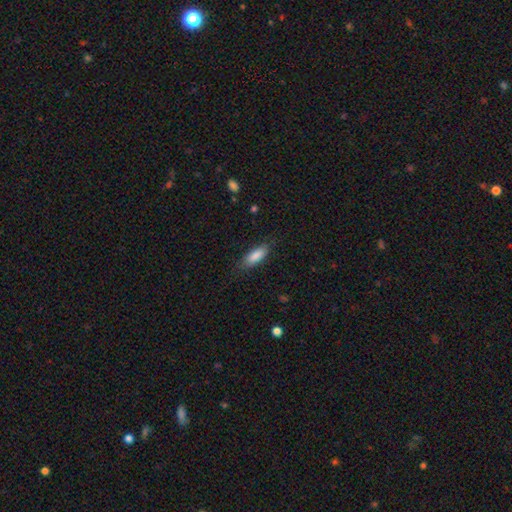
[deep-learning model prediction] The model was most divided on "how rounded": in between: 71%, cigar-shaped: 27%, round: 2%. More confident: smooth or featured — smooth (84%); merging — none (80%).